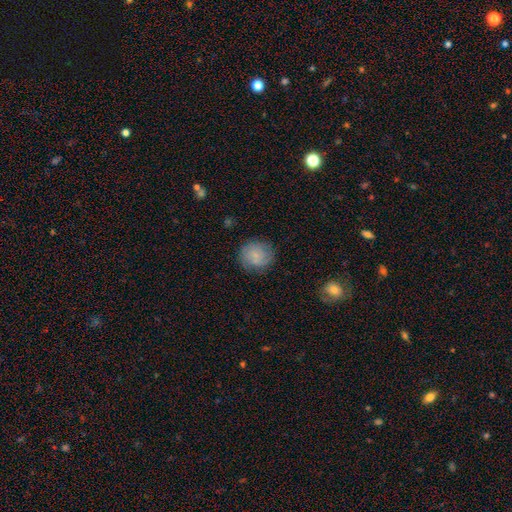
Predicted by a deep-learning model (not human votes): Smooth or featured?
  - smooth: 71% *
  - featured or disk: 20%
  - star or artifact: 9%
How rounded?
  - round: 87% *
  - in between: 12%
  - cigar-shaped: 1%
Merging?
  - none: 80% *
  - minor disturbance: 14%
  - major disturbance: 5%
  - merger: 1%